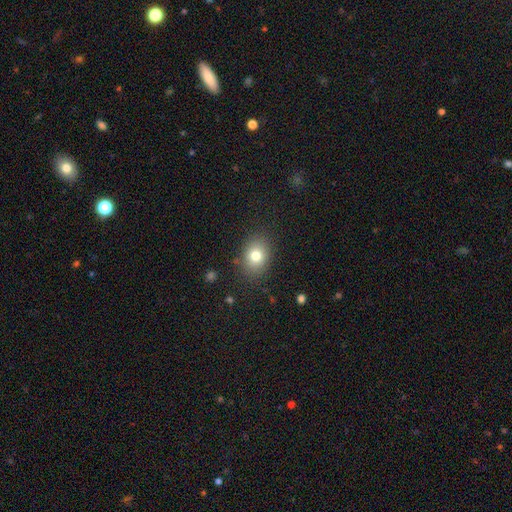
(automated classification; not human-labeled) A smooth galaxy with no disk features (78%) that is in between round and cigar-shaped (61%). Merging: none (85%).